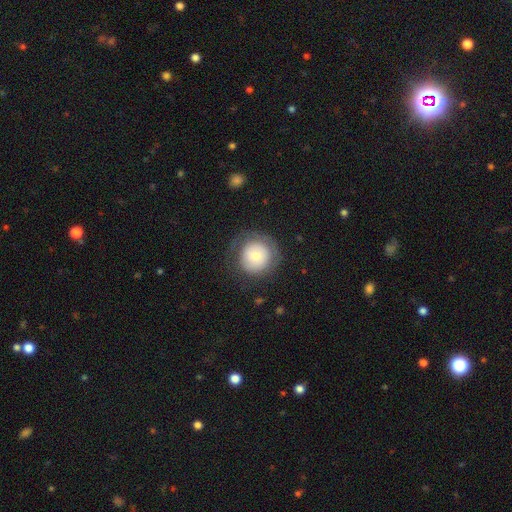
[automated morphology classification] smooth 64%, featured or disk 28%, star or artifact 8%. Down the decision tree: how rounded — round (94%); merging — none (71%).